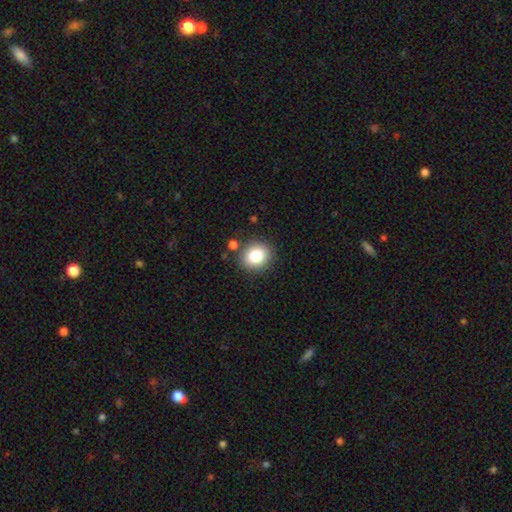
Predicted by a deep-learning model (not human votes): The model was most divided on "how rounded": round: 66%, in between: 33%, cigar-shaped: 1%. More confident: merging — none (84%); smooth or featured — smooth (82%).